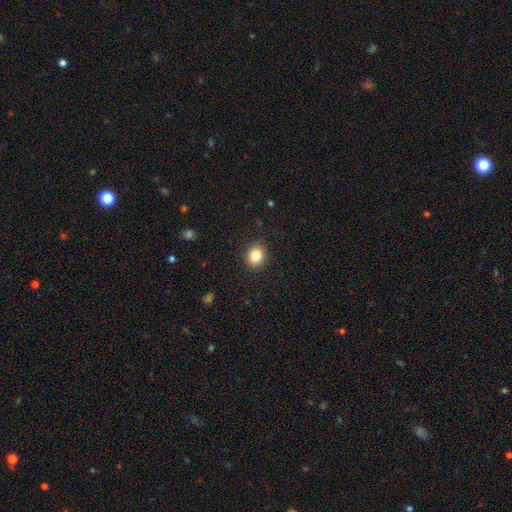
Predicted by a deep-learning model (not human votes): smooth_or_featured: smooth (p=0.84) [alt: star or artifact p=0.10]
how_rounded: round (p=0.69) [alt: in between p=0.30]
merging: none (p=0.90) [alt: minor disturbance p=0.07]